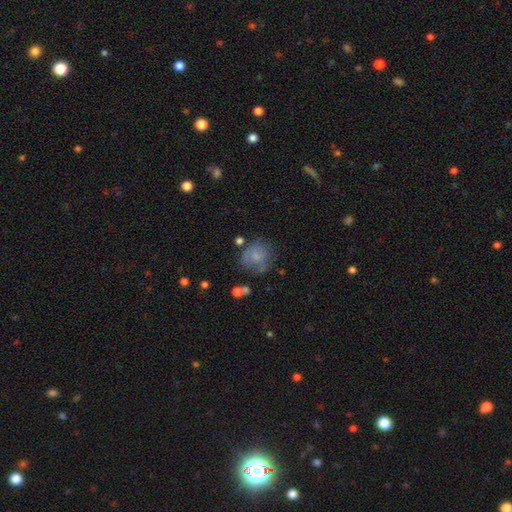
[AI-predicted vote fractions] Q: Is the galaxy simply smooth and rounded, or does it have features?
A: smooth — 63%.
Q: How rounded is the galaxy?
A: round — 78%.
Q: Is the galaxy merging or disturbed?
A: none — 53%.